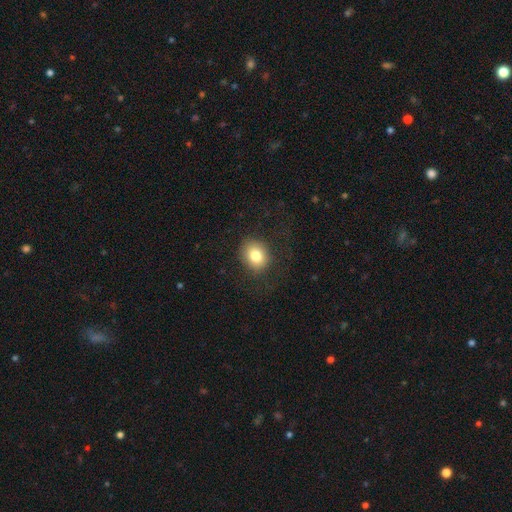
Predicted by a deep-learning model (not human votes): smooth_or_featured: smooth (p=0.81) [alt: star or artifact p=0.10]
how_rounded: round (p=0.62) [alt: in between p=0.37]
merging: none (p=0.81) [alt: minor disturbance p=0.12]